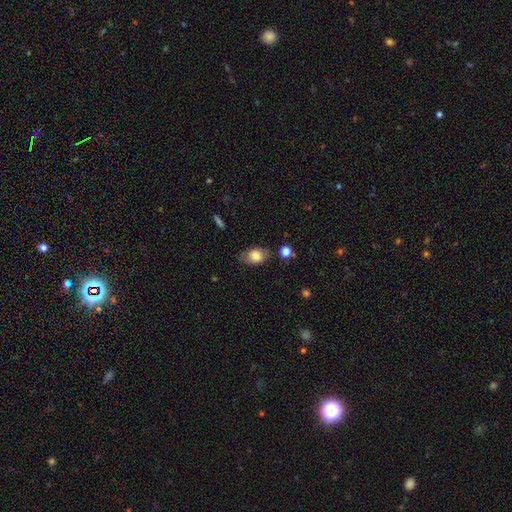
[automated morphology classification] type=smooth (79%); roundness=in between (84%); merging=none (71%).